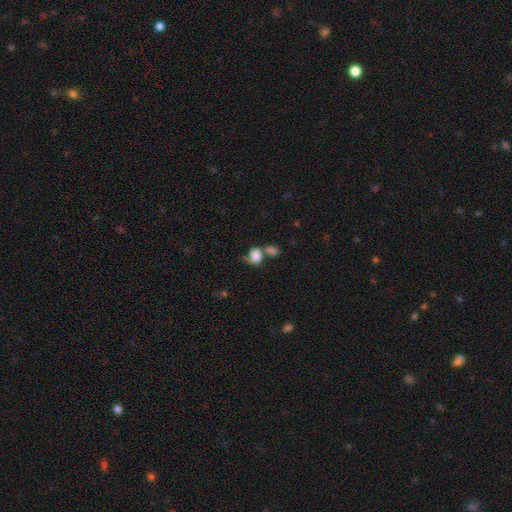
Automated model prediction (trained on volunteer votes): The model was most divided on "merging": merger: 44%, none: 31%, minor disturbance: 15%, major disturbance: 10%. More confident: smooth or featured — smooth (80%); how rounded — round (57%).